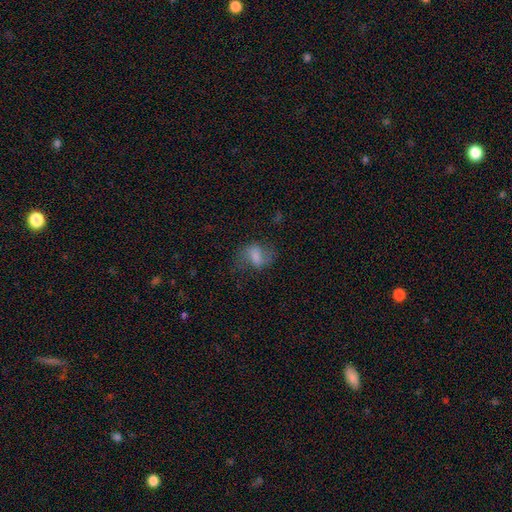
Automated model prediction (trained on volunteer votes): This appears to be a smooth galaxy with no disk features (55%) that is in between round and cigar-shaped (73%). Merging: none (53%).